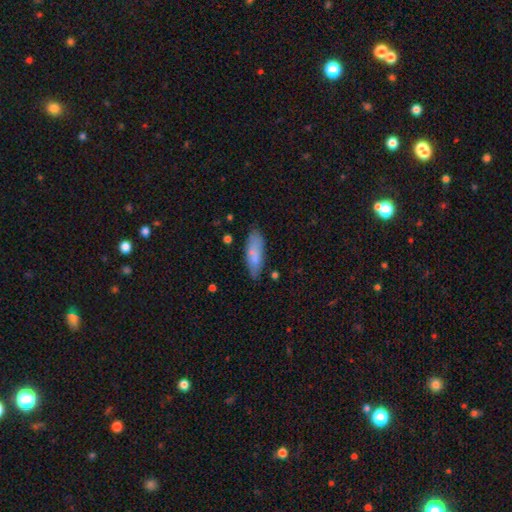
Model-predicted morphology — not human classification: smooth 75%, featured or disk 18%, star or artifact 7%. Down the decision tree: how rounded — in between (52%); merging — none (77%).